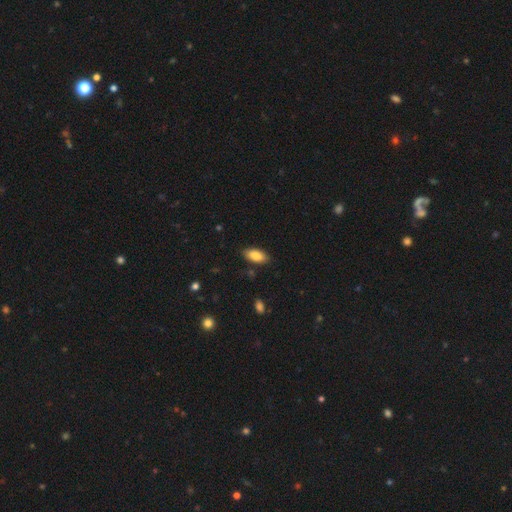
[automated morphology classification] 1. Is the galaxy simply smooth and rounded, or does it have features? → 86% smooth, 7% featured or disk, 7% star or artifact.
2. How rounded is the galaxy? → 90% in between, 7% cigar-shaped, 2% round.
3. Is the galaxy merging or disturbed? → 84% none, 12% minor disturbance, 2% major disturbance, 1% merger.